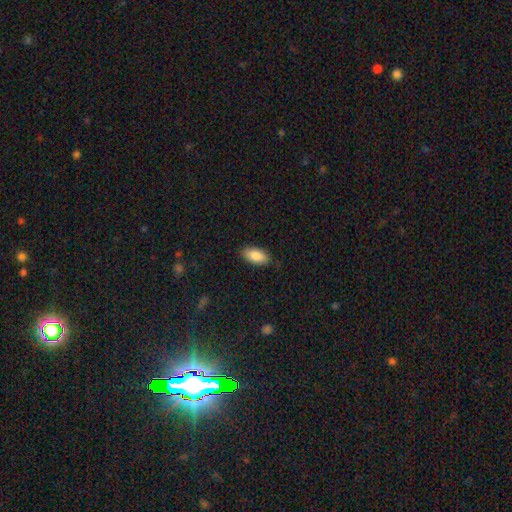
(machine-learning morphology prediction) smooth 86%, featured or disk 8%, star or artifact 6%. Down the decision tree: how rounded — in between (90%); merging — none (85%).